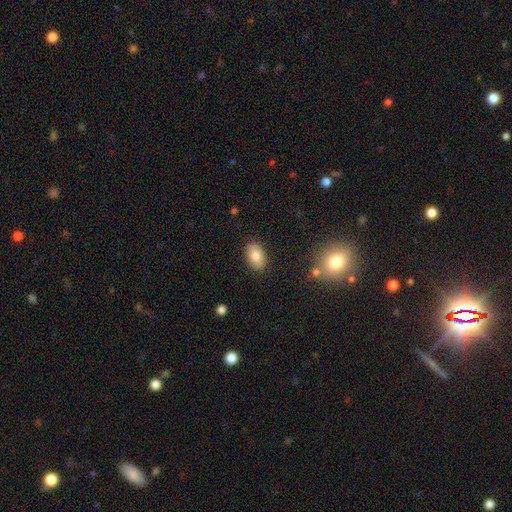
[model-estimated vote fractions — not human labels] smooth_or_featured: smooth (p=0.79) [alt: featured or disk p=0.13]
how_rounded: in between (p=0.90) [alt: round p=0.09]
merging: none (p=0.86) [alt: minor disturbance p=0.10]